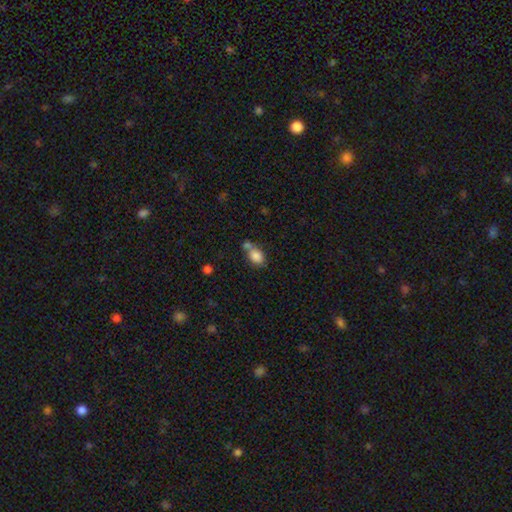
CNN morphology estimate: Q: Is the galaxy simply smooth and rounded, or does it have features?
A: smooth — 83%.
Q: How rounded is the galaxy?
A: in between — 71%.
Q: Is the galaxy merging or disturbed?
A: none — 43%.